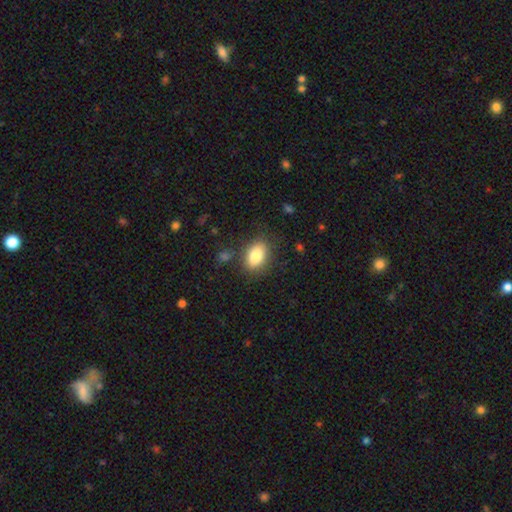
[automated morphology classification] smooth-or-featured: smooth: 84% | featured or disk: 8% | star or artifact: 8%
  how-rounded: in between: 86% | round: 12% | cigar-shaped: 2%
  merging: none: 80% | minor disturbance: 13% | major disturbance: 4% | merger: 3%